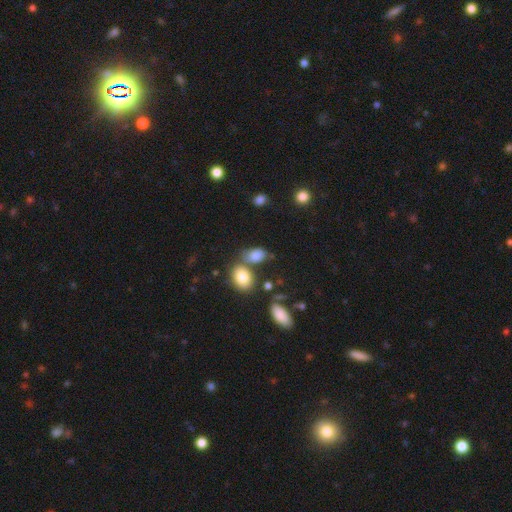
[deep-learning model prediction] Overall: smooth (82%). How rounded: in between (84%). Merging: none (50%; merger 26%).